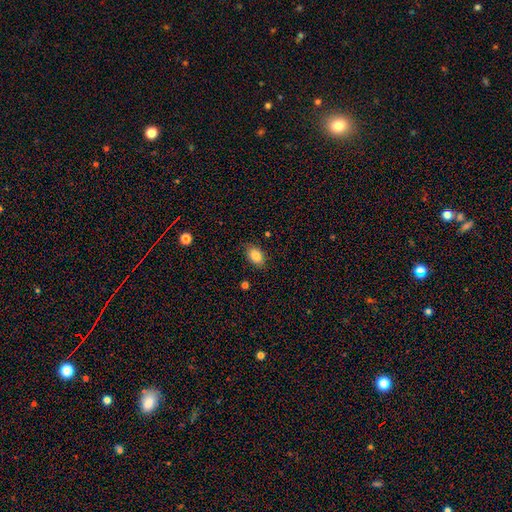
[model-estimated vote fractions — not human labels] smooth-or-featured: smooth: 84% | star or artifact: 8% | featured or disk: 8%
  how-rounded: in between: 86% | round: 13% | cigar-shaped: 2%
  merging: none: 82% | minor disturbance: 14% | major disturbance: 3% | merger: 1%